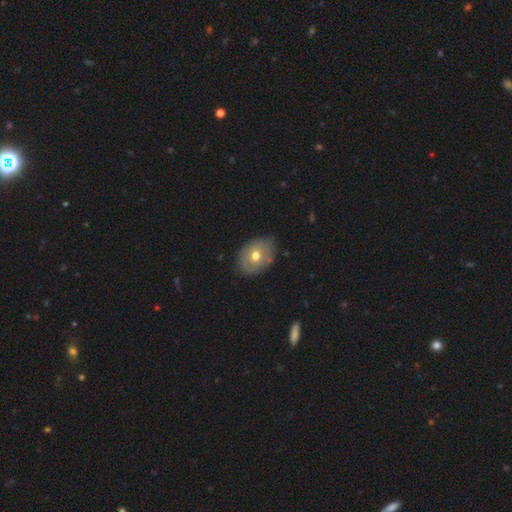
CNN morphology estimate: Smooth or featured: smooth — 62% (featured or disk — 30%)
How rounded: in between — 64% (round — 35%)
Merging: none — 79% (minor disturbance — 16%)